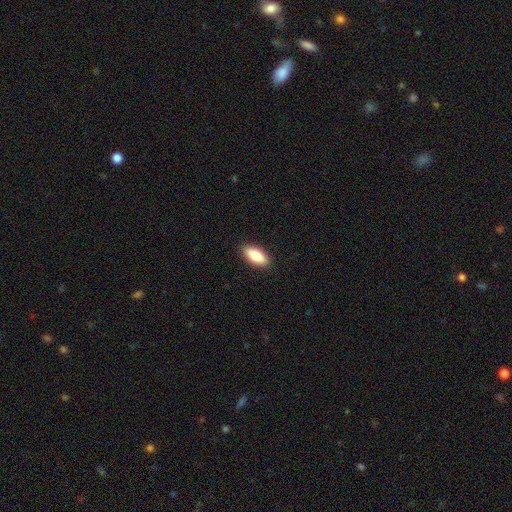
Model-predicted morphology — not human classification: Overall: smooth (83%). How rounded: in between (84%). Merging: none (89%).